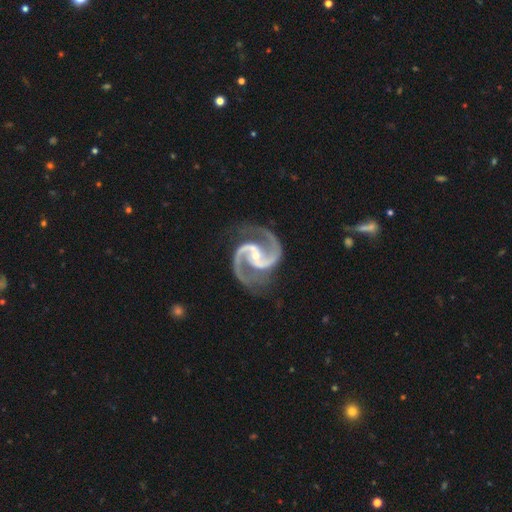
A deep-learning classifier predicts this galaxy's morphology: Overall: featured or disk (95%). Edge-on disk: no (99%). Bar: no (38%, tied with weak). Spiral arms: yes (99%). Spiral arm count: 2 (95%). Spiral winding: medium (72%). Bulge size: small (66%; moderate 30%). Merging: none (78%).